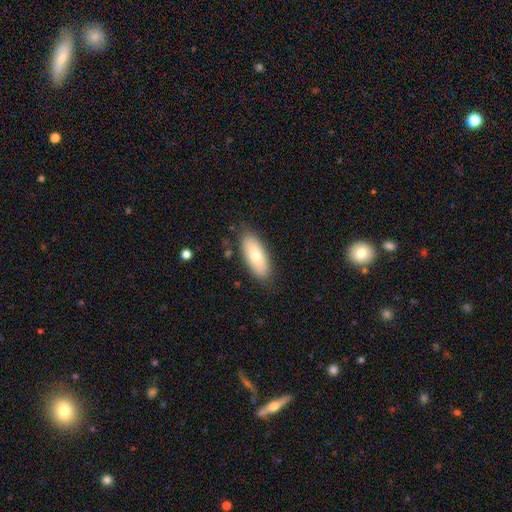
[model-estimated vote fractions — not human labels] Morphology: type=smooth (74%); roundness=in between (79%); merging=none (82%).